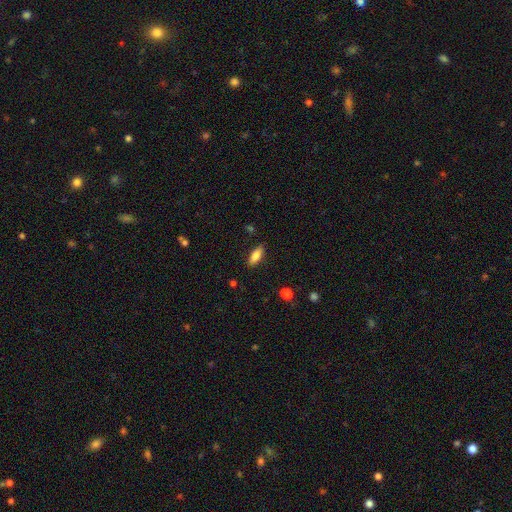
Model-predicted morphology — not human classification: This appears to be a smooth galaxy with no disk features (81%) that is in between round and cigar-shaped (72%). Merging: none (86%).